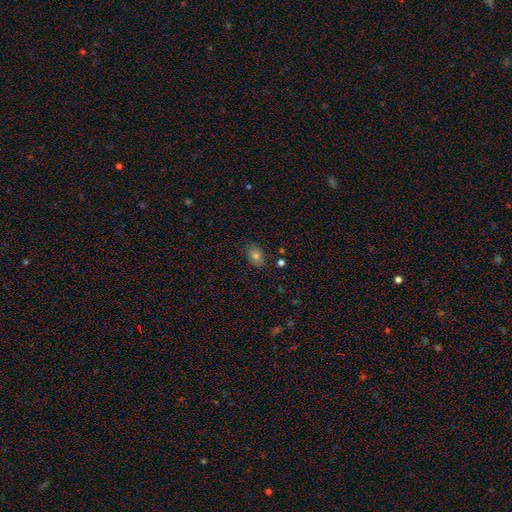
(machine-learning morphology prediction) Q: Smooth or featured?
A: smooth (77%); runner-up: star or artifact (13%)
Q: How rounded?
A: in between (74%); runner-up: round (25%)
Q: Merging?
A: none (81%); runner-up: minor disturbance (14%)